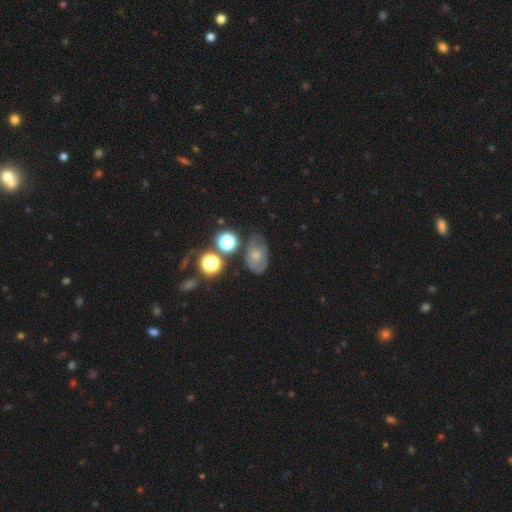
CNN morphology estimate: This is marginally a featured or disk galaxy (43%). Merging: possibly none (53%).